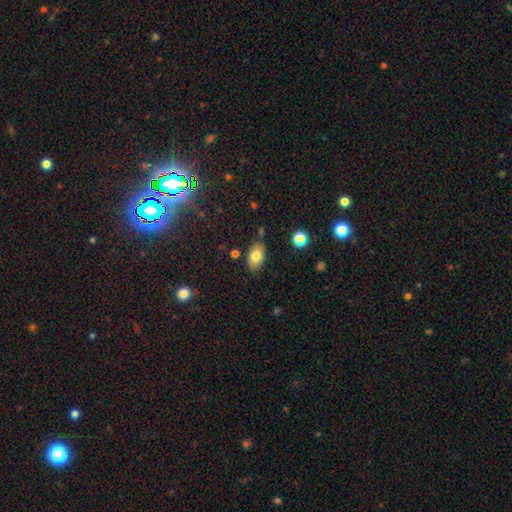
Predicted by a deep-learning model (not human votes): Smooth or featured? Predicted: smooth (p=0.80). How rounded? Predicted: in between (p=0.90). Merging? Predicted: none (p=0.81).